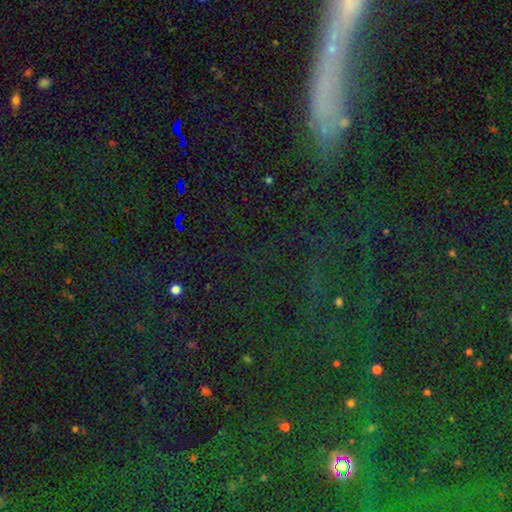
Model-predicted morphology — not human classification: A star or artifact, not a galaxy (74%).